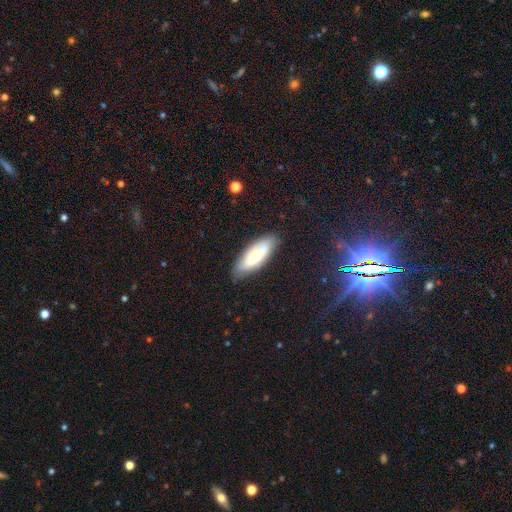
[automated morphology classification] Smooth or featured?
  - smooth: 55% *
  - featured or disk: 38%
  - star or artifact: 7%
How rounded?
  - in between: 73% *
  - cigar-shaped: 25%
  - round: 2%
Merging?
  - none: 79% *
  - minor disturbance: 16%
  - major disturbance: 3%
  - merger: 2%